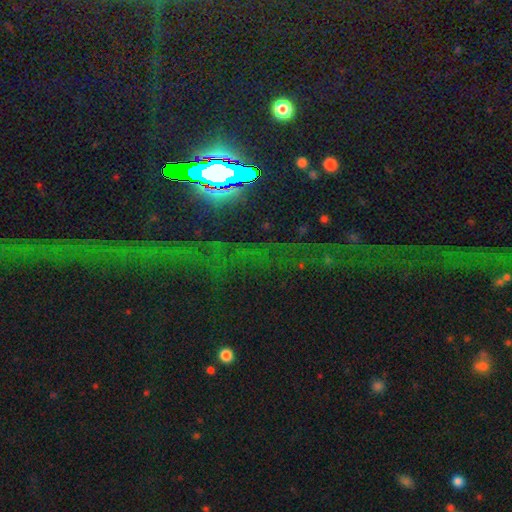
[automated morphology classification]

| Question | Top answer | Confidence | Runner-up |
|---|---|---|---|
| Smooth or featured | star or artifact | 80% | featured or disk (11%) |